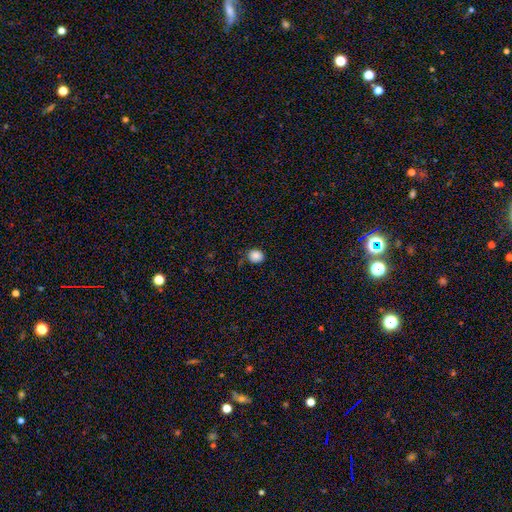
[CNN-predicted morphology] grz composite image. It shows a smooth galaxy with no disk features (86%) that is round (77%). Merging: none (81%).